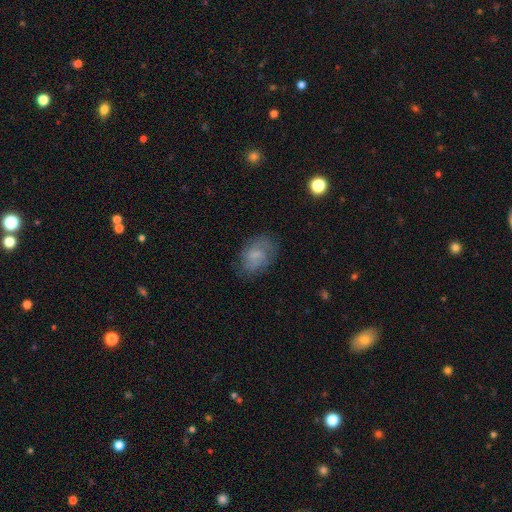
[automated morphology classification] The model was most divided on "smooth or featured": smooth: 57%, featured or disk: 34%, star or artifact: 9%. More confident: how rounded — in between (80%); merging — none (67%).